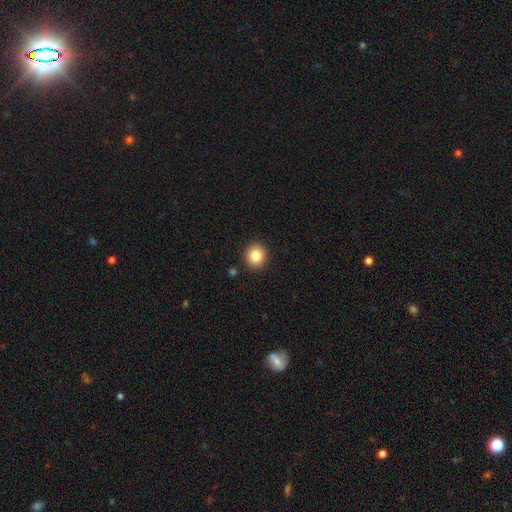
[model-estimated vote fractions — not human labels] Q: Smooth or featured?
A: smooth (83%); runner-up: star or artifact (10%)
Q: How rounded?
A: round (87%); runner-up: in between (12%)
Q: Merging?
A: none (91%); runner-up: minor disturbance (6%)